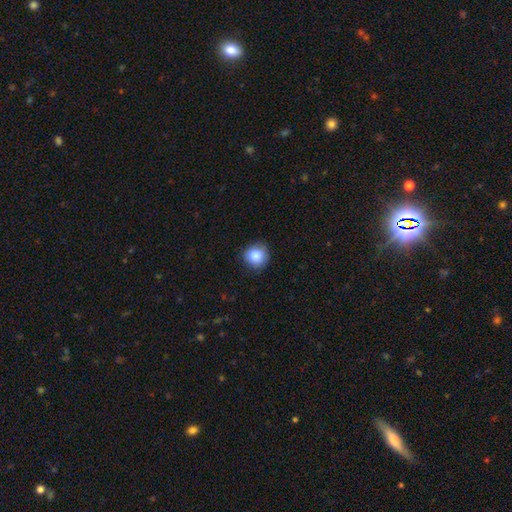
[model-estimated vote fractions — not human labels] This is clearly a smooth galaxy (85%). How rounded: clearly round (92%). Merging: clearly none (85%).